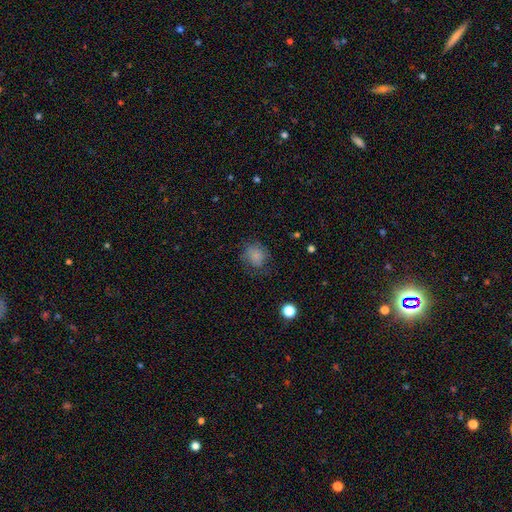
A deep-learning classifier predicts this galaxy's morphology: The model was most divided on "merging": none: 64%, minor disturbance: 23%, major disturbance: 12%, merger: 1%. More confident: smooth or featured — smooth (79%); how rounded — round (74%).